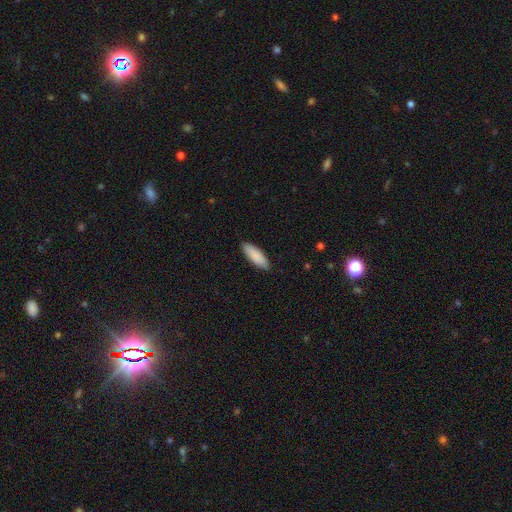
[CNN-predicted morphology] smooth-or-featured: smooth: 89% | featured or disk: 6% | star or artifact: 5%
  how-rounded: in between: 60% | cigar-shaped: 39% | round: 1%
  merging: none: 89% | minor disturbance: 9% | major disturbance: 2% | merger: 1%